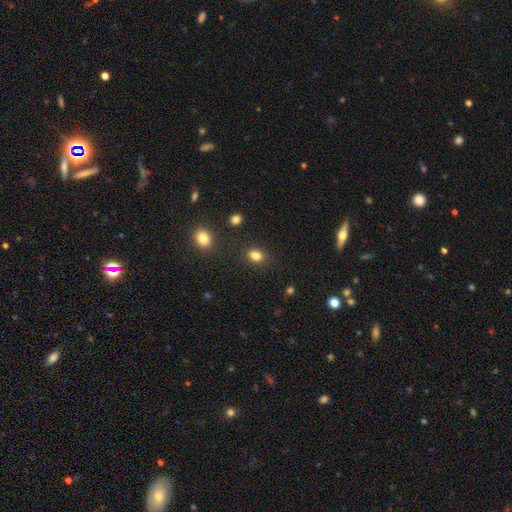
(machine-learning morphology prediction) A smooth galaxy with no disk features (82%) that is in between round and cigar-shaped (67%).

Vote fractions:
- Smooth or featured? smooth: 82% / star or artifact: 13% / featured or disk: 6%
- How rounded? in between: 67% / round: 31% / cigar-shaped: 2%
- Merging? none: 73% / minor disturbance: 13% / merger: 10% / major disturbance: 4%